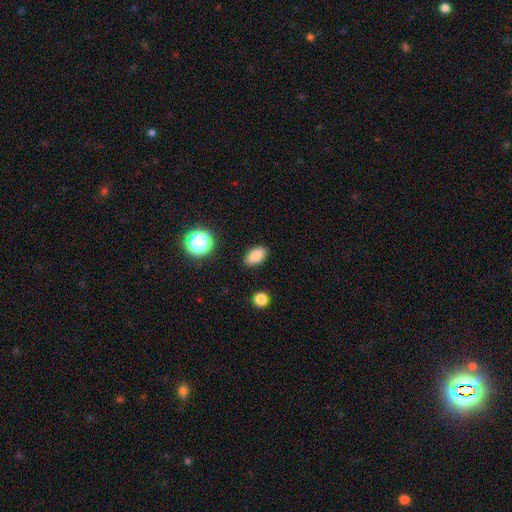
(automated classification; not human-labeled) Smooth or featured: smooth — 86% (star or artifact — 10%)
How rounded: in between — 91% (round — 7%)
Merging: none — 88% (minor disturbance — 9%)